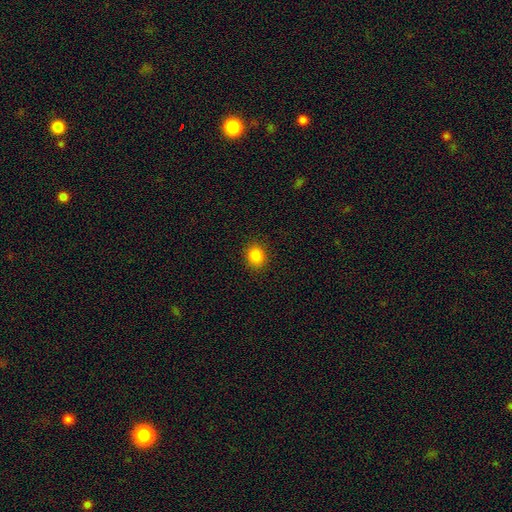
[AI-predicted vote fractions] Smooth or featured? Predicted: smooth (p=0.84). How rounded? Predicted: round (p=0.67). Merging? Predicted: none (p=0.91).